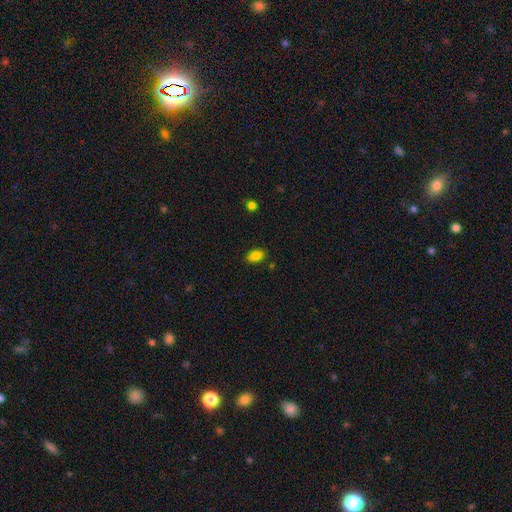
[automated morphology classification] A smooth galaxy with no disk features (86%) that is in between round and cigar-shaped (89%).

Vote fractions:
- Smooth or featured? smooth: 86% / star or artifact: 10% / featured or disk: 4%
- How rounded? in between: 89% / round: 9% / cigar-shaped: 2%
- Merging? none: 86% / minor disturbance: 10% / major disturbance: 3% / merger: 2%